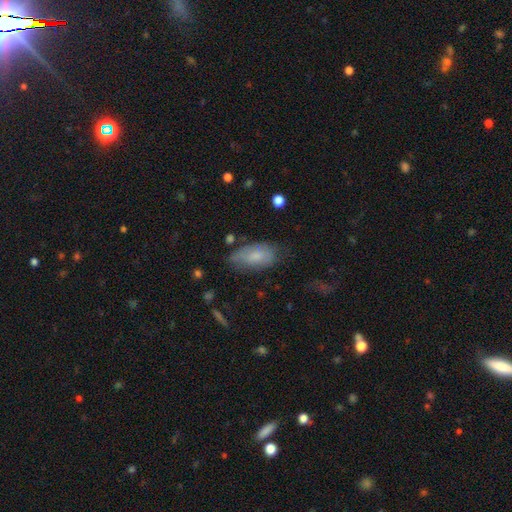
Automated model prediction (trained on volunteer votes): smooth 74%, featured or disk 18%, star or artifact 8%. Down the decision tree: how rounded — in between (90%); merging — none (59%).